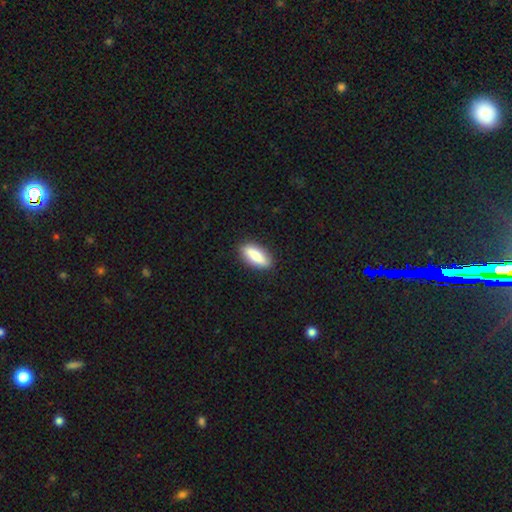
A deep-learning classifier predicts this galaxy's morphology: A smooth galaxy with no disk features (76%) that is in between round and cigar-shaped (73%).

Vote fractions:
- Smooth or featured? smooth: 76% / featured or disk: 18% / star or artifact: 6%
- How rounded? in between: 73% / cigar-shaped: 24% / round: 3%
- Merging? none: 89% / minor disturbance: 8% / major disturbance: 2% / merger: 1%